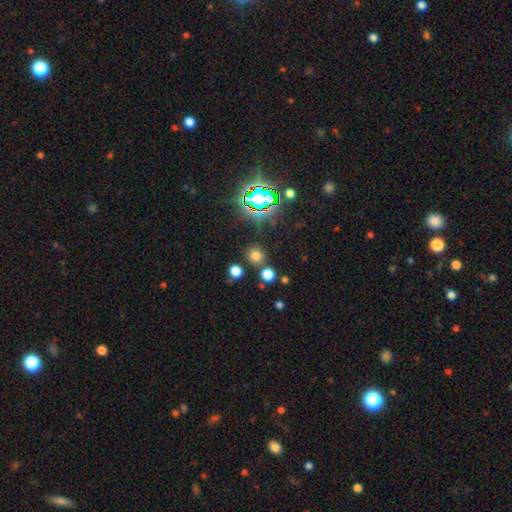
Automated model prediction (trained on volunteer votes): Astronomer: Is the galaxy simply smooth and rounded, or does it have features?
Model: smooth — 67%.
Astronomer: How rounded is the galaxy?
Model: round — 88%.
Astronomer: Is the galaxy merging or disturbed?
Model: none — 79%.